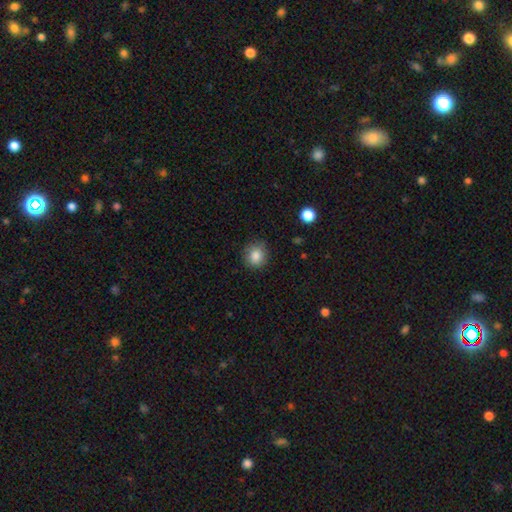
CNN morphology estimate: This appears to be a smooth galaxy with no disk features (85%) that is round (85%). Merging: none (84%).